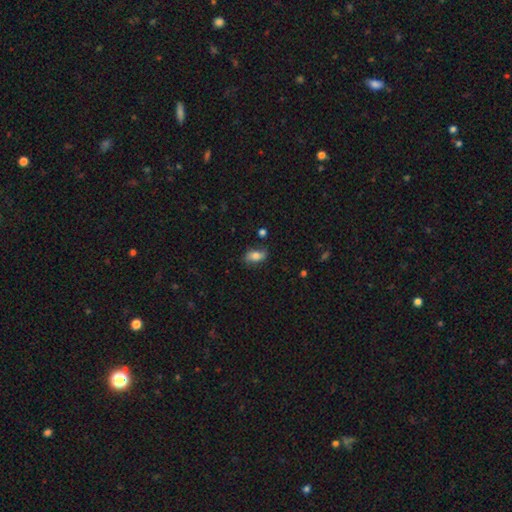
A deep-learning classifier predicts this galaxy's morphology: smooth-or-featured: smooth: 63% | featured or disk: 28% | star or artifact: 9%
  how-rounded: in between: 86% | round: 8% | cigar-shaped: 6%
  merging: none: 73% | minor disturbance: 20% | major disturbance: 5% | merger: 2%